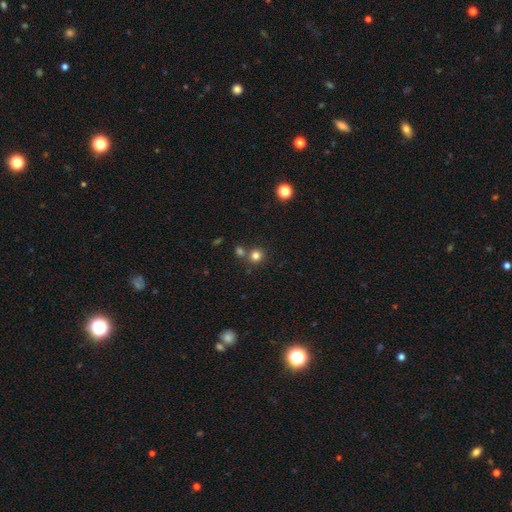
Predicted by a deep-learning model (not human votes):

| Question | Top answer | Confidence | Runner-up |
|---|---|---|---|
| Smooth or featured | smooth | 81% | star or artifact (14%) |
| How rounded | round | 90% | in between (9%) |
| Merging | none | 70% | merger (19%) |